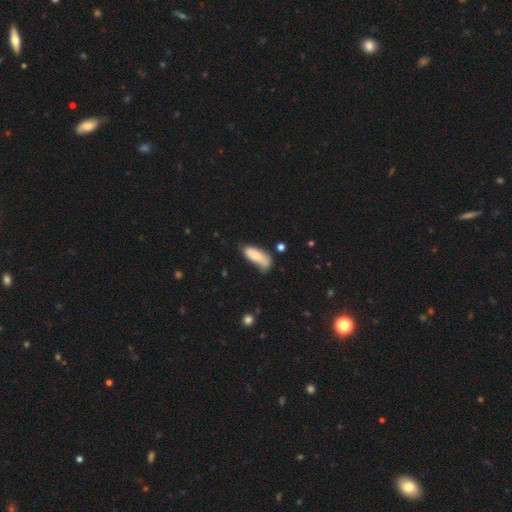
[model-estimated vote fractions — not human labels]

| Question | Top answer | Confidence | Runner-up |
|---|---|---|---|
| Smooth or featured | smooth | 79% | featured or disk (15%) |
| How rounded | in between | 76% | cigar-shaped (22%) |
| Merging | none | 40% | minor disturbance (35%) |